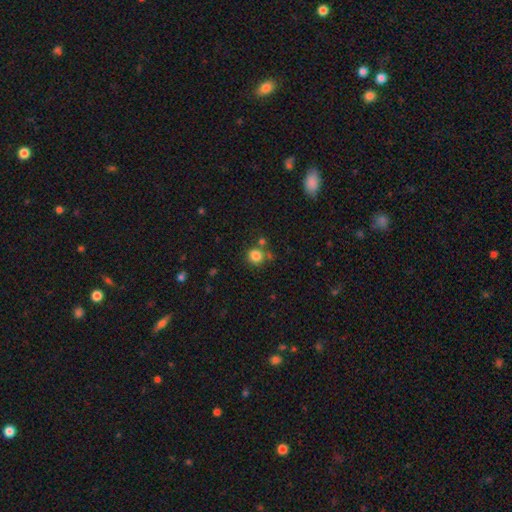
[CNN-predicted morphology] This is clearly a smooth galaxy (83%). How rounded: clearly round (83%). Merging: likely none (66%).